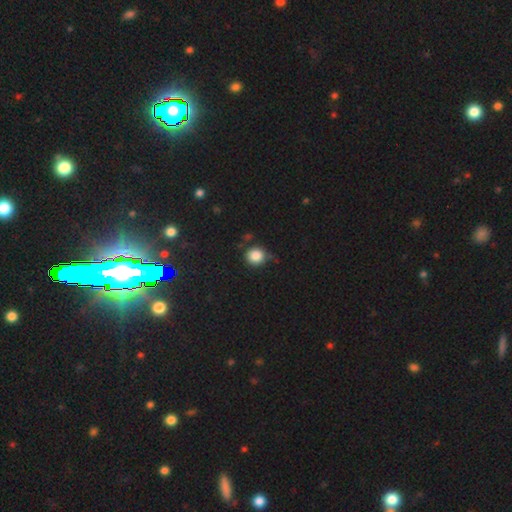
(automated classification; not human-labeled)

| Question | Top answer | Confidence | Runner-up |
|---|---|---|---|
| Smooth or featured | smooth | 85% | star or artifact (10%) |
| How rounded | round | 91% | in between (8%) |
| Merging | none | 79% | minor disturbance (13%) |